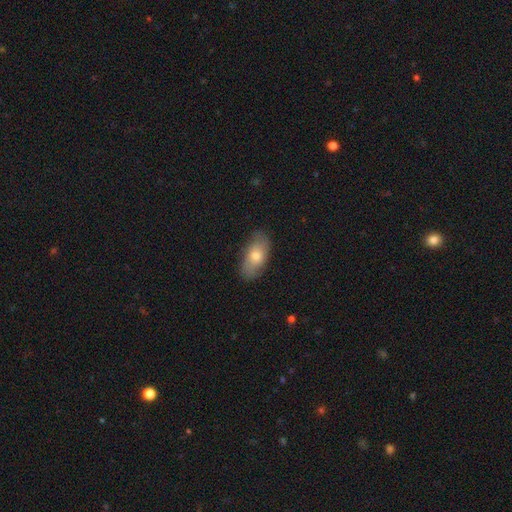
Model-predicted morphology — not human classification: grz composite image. It shows a smooth galaxy with no disk features (69%) that is in between round and cigar-shaped (90%). Merging: none (80%).